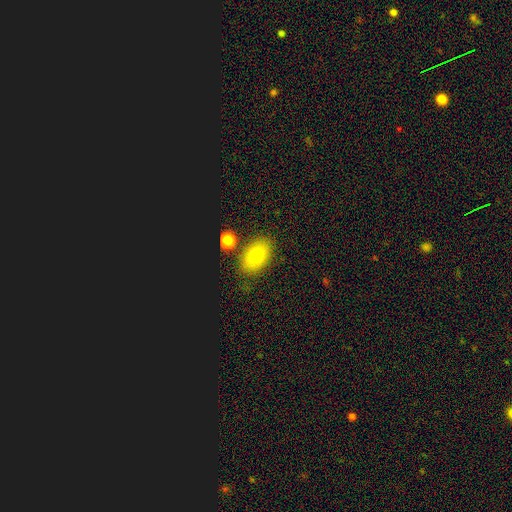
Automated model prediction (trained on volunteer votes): Smooth or featured: smooth — 75% (featured or disk — 14%)
How rounded: in between — 82% (round — 17%)
Merging: none — 79% (minor disturbance — 12%)